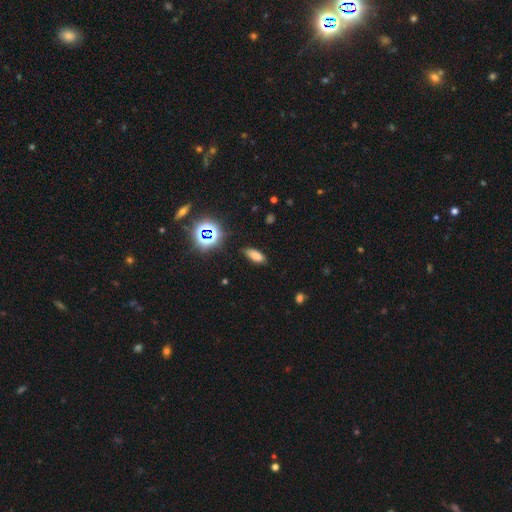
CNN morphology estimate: smooth 74%, star or artifact 19%, featured or disk 7%. Down the decision tree: how rounded — in between (82%); merging — none (84%).